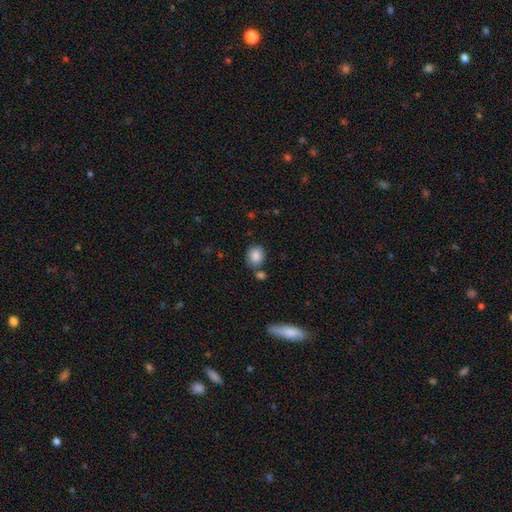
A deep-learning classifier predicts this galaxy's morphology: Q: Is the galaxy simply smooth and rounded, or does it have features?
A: smooth — 87%.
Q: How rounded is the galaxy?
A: round — 64%.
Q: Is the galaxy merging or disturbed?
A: none — 68%.